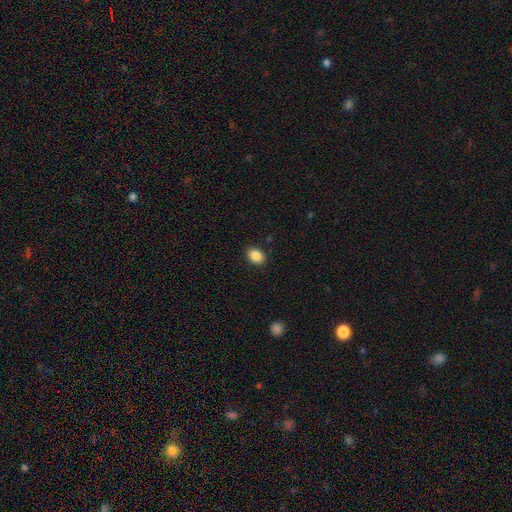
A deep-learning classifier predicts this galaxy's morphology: smooth_or_featured: smooth (p=0.87) [alt: star or artifact p=0.08]
how_rounded: in between (p=0.72) [alt: round p=0.27]
merging: none (p=0.89) [alt: minor disturbance p=0.08]